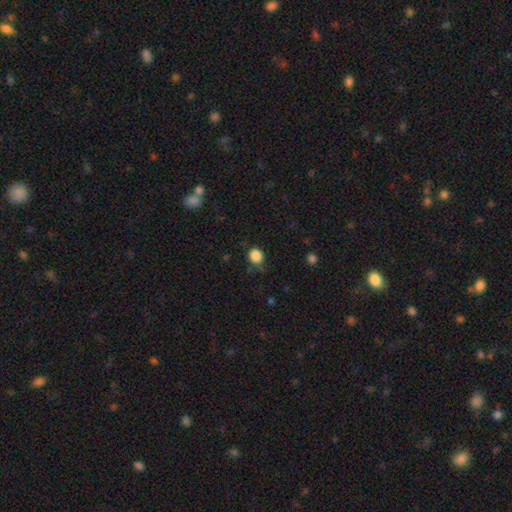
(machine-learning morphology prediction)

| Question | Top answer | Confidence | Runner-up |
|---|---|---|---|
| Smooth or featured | smooth | 86% | star or artifact (11%) |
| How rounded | round | 85% | in between (14%) |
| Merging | none | 74% | minor disturbance (20%) |